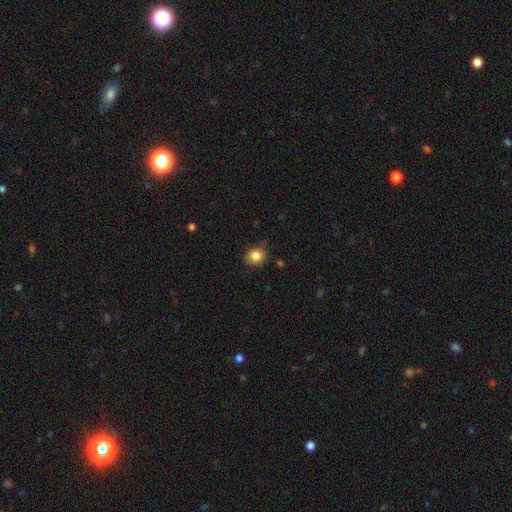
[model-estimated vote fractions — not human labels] A smooth galaxy with no disk features (84%) that is round (74%).

Vote fractions:
- Smooth or featured? smooth: 84% / star or artifact: 10% / featured or disk: 6%
- How rounded? round: 74% / in between: 25% / cigar-shaped: 1%
- Merging? none: 69% / minor disturbance: 24% / major disturbance: 5% / merger: 2%